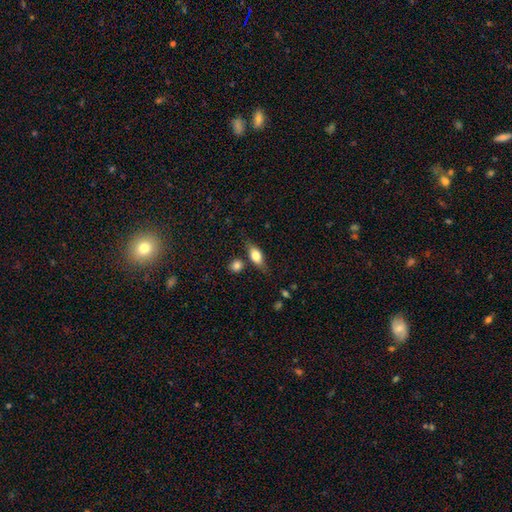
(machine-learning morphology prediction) Smooth or featured? smooth (67%)
How rounded? in between (75%)
Merging? none (70%)